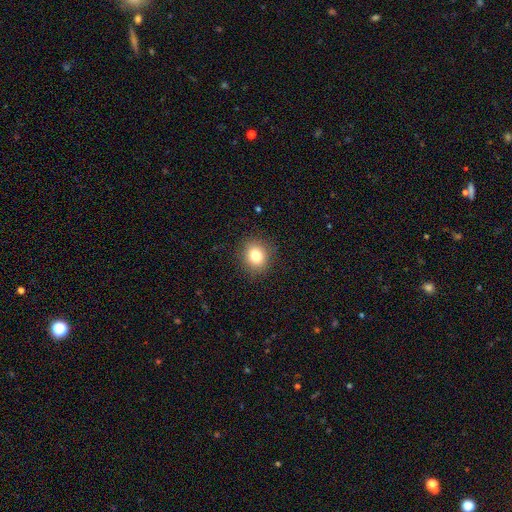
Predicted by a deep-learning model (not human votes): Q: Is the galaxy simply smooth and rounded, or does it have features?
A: smooth — 81%.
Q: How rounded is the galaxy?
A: round — 74%.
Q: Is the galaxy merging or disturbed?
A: none — 89%.